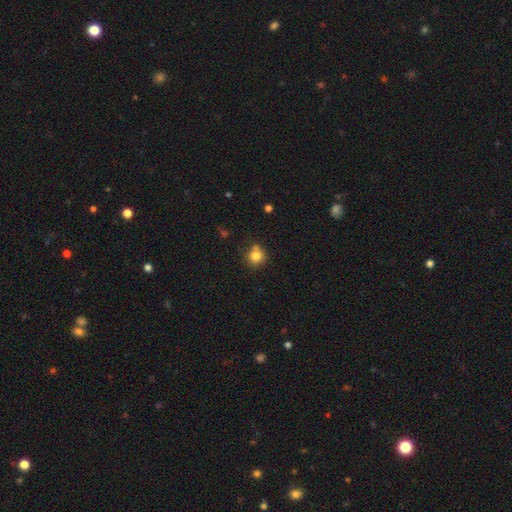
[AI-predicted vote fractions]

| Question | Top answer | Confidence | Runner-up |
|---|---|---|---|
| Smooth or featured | smooth | 81% | star or artifact (12%) |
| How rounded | round | 89% | in between (10%) |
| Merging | none | 69% | merger (15%) |